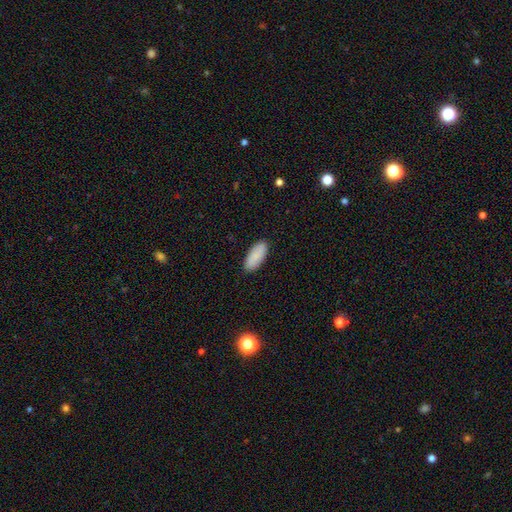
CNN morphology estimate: smooth-or-featured: smooth: 87% | featured or disk: 7% | star or artifact: 6%
  how-rounded: in between: 85% | cigar-shaped: 13% | round: 2%
  merging: none: 89% | minor disturbance: 8% | major disturbance: 2% | merger: 1%